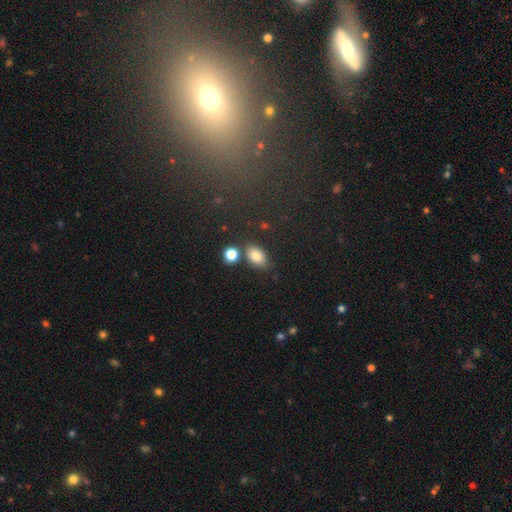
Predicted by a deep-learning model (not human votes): smooth_or_featured: smooth (p=0.83) [alt: star or artifact p=0.10]
how_rounded: in between (p=0.85) [alt: round p=0.14]
merging: none (p=0.70) [alt: minor disturbance p=0.14]